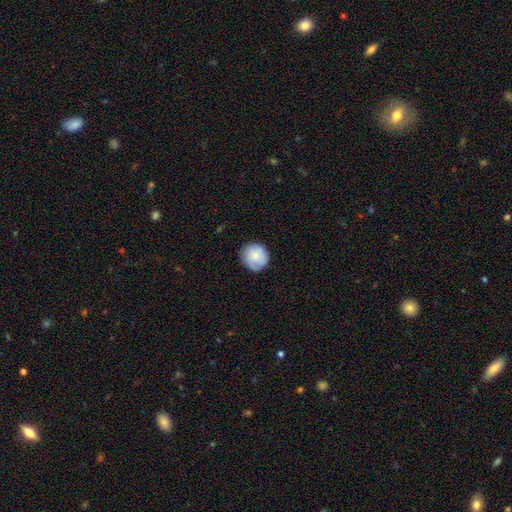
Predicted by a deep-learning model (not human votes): This is likely a smooth galaxy (75%). How rounded: clearly round (89%). Merging: likely none (77%).